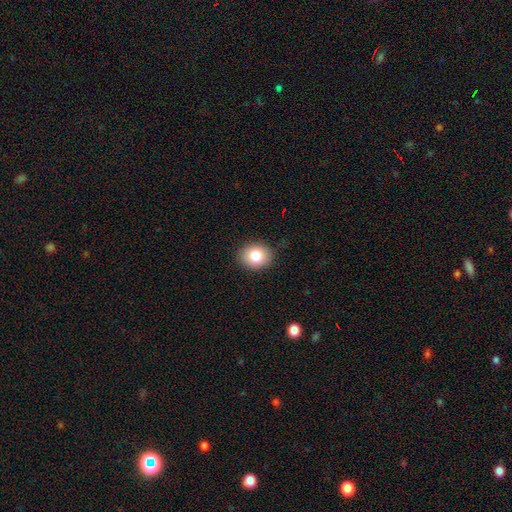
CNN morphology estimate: smooth 82%, star or artifact 9%, featured or disk 8%. Down the decision tree: how rounded — round (55%); merging — none (88%).